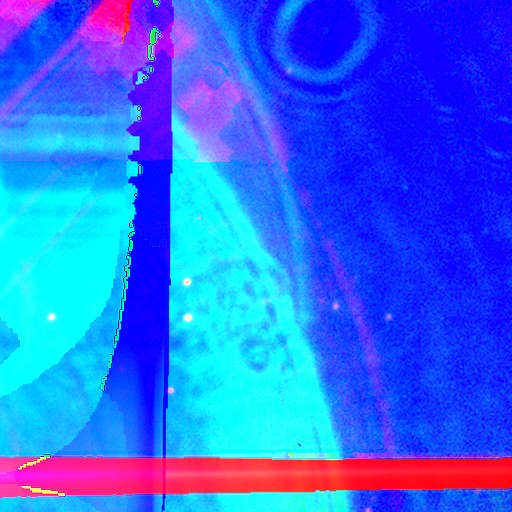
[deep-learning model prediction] This appears to be a star or artifact, not a galaxy (86%).